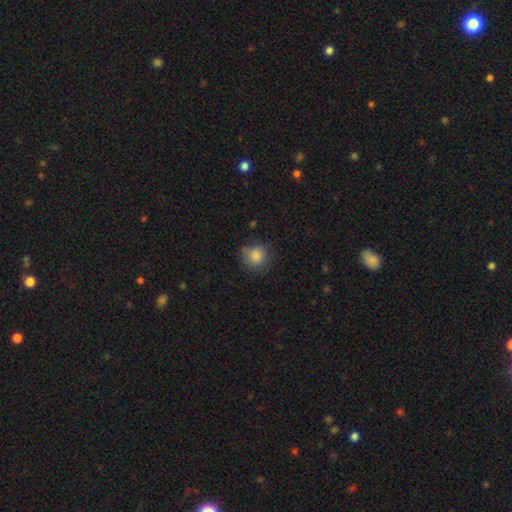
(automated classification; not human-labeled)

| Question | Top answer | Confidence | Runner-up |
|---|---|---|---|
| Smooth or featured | smooth | 84% | star or artifact (9%) |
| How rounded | round | 85% | in between (14%) |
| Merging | none | 66% | minor disturbance (23%) |